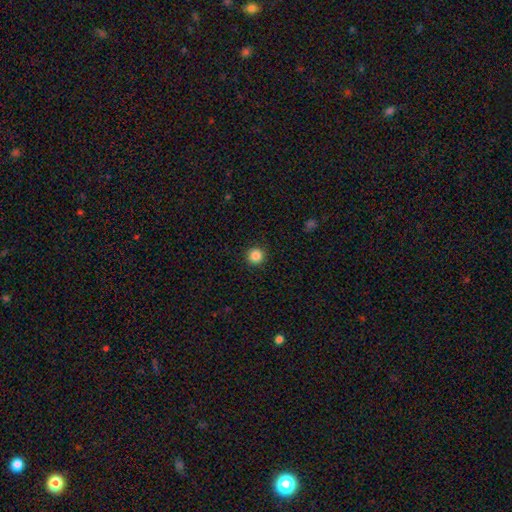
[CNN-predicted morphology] The model was most divided on "smooth or featured": smooth: 86%, star or artifact: 11%, featured or disk: 4%. More confident: how rounded — round (95%); merging — none (92%).